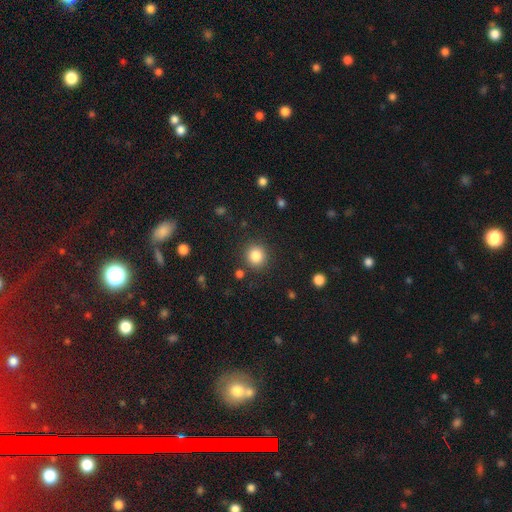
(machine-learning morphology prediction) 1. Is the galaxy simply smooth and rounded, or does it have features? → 84% smooth, 11% star or artifact, 5% featured or disk.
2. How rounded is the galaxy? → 90% round, 9% in between, 1% cigar-shaped.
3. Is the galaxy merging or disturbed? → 88% none, 7% minor disturbance, 3% major disturbance, 3% merger.